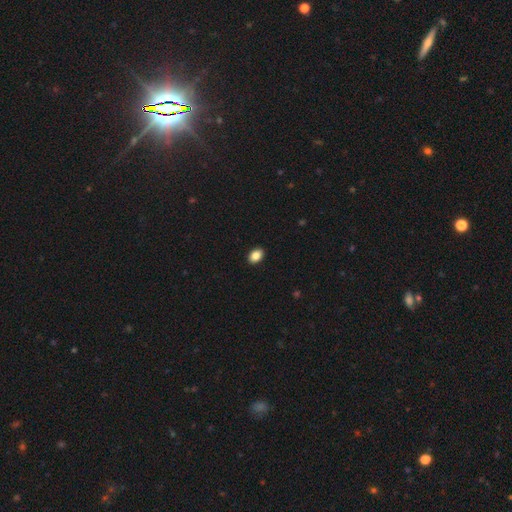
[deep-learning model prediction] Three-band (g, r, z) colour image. It shows a smooth galaxy with no disk features (87%) that is in between round and cigar-shaped (79%). Merging: none (91%).